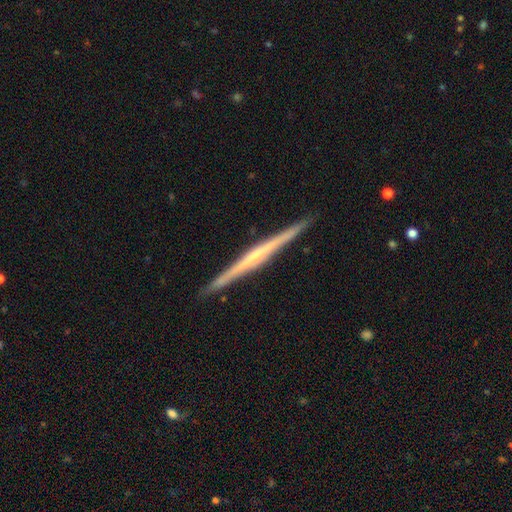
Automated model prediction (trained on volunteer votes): smooth-or-featured: featured or disk: 77% | smooth: 18% | star or artifact: 5%
  disk-edge-on: yes: 98% | no: 2%
    edge-on-bulge: none: 49% | rounded: 43% | boxy: 9%
  merging: none: 92% | minor disturbance: 6% | major disturbance: 1% | merger: 1%